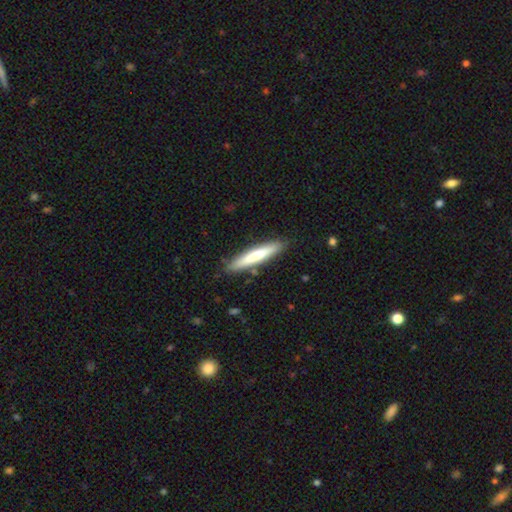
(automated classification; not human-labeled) Overall: smooth (69%). How rounded: cigar-shaped (91%). Merging: none (86%).